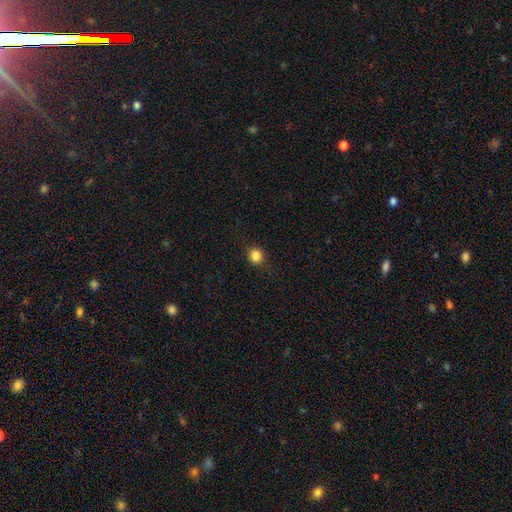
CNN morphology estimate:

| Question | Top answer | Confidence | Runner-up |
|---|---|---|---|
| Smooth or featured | smooth | 84% | star or artifact (12%) |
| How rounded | round | 86% | in between (13%) |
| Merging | none | 89% | minor disturbance (8%) |